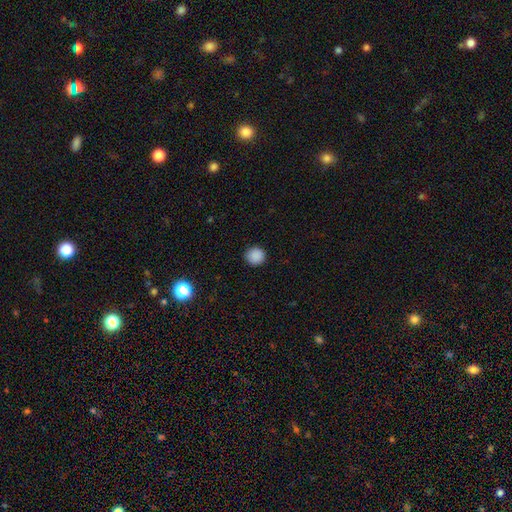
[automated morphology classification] smooth_or_featured: smooth (p=0.88) [alt: star or artifact p=0.10]
how_rounded: round (p=0.94) [alt: in between p=0.05]
merging: none (p=0.91) [alt: minor disturbance p=0.06]